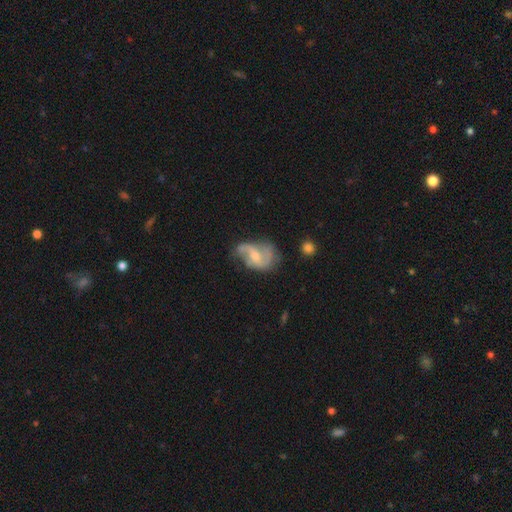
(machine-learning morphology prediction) Overall: featured or disk (78%). Edge-on disk: no (97%). Bar: weak (48%; no 37%). Spiral arms: yes (91%). Spiral arm count: 2 (76%). Spiral winding: loose (47%; medium 41%). Bulge size: small (52%; moderate 39%). Merging: none (47%; minor disturbance 29%).